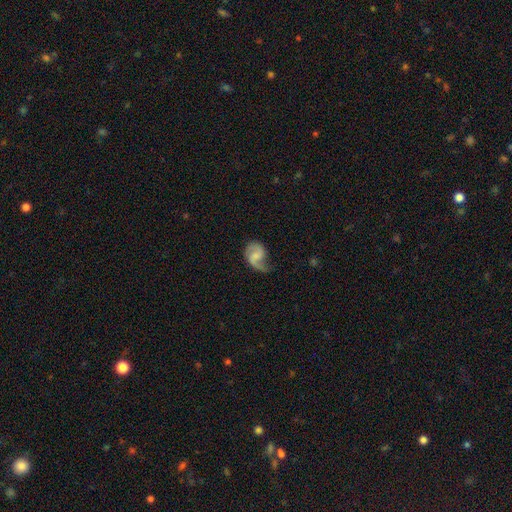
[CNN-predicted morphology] A featured or disk galaxy (76%) with a weak bar (48%), 2 (72%) loose (46%) spiral arms (95%) and a small central bulge (39%).

Vote fractions:
- Smooth or featured? featured or disk: 76% / smooth: 19% / star or artifact: 6%
- Edge-on disk? no: 98% / yes: 2%
- Bar? weak: 48% / no: 41% / strong: 11%
- Spiral arms? yes: 95% / no: 5%
- Spiral winding? loose: 46% / medium: 42% / tight: 12%
- Spiral arm count? 2: 72% / 1: 22% / can't tell: 4% / 3: 1% / 4: 1% / more than 4: 1%
- Bulge size? small: 39% / none: 30% / moderate: 26% / large: 3% / dominant: 1%
- Merging? none: 48% / minor disturbance: 28% / major disturbance: 21% / merger: 2%